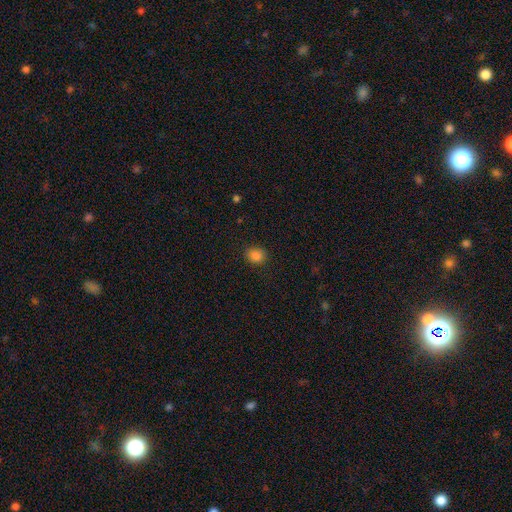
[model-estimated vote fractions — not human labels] This appears to be a smooth galaxy with no disk features (85%) that is round (58%). Merging: none (86%).